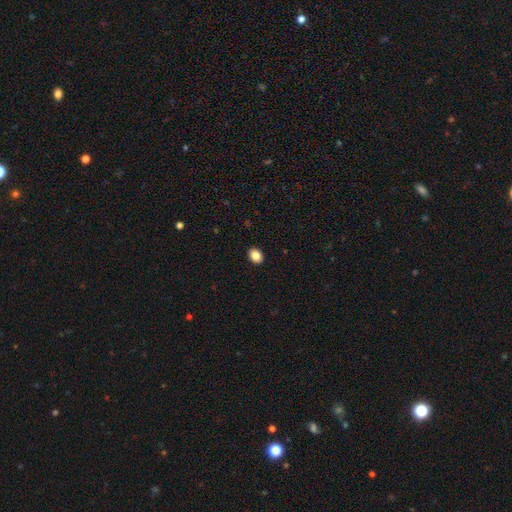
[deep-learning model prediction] A smooth galaxy with no disk features (86%) that is in between round and cigar-shaped (61%). Merging: none (91%).